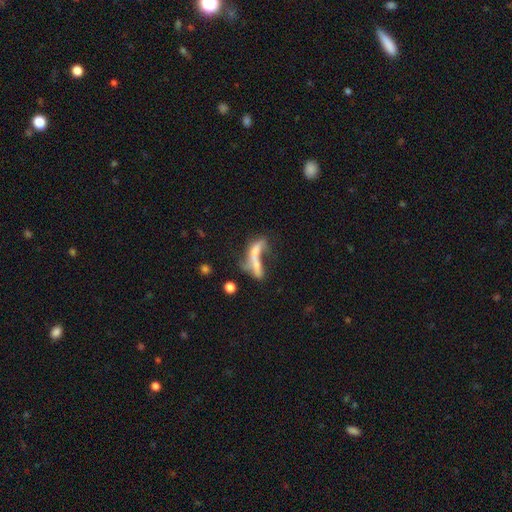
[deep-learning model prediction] Overall: featured or disk (44%; smooth 40%). Merging: merger (41%; none 25%).